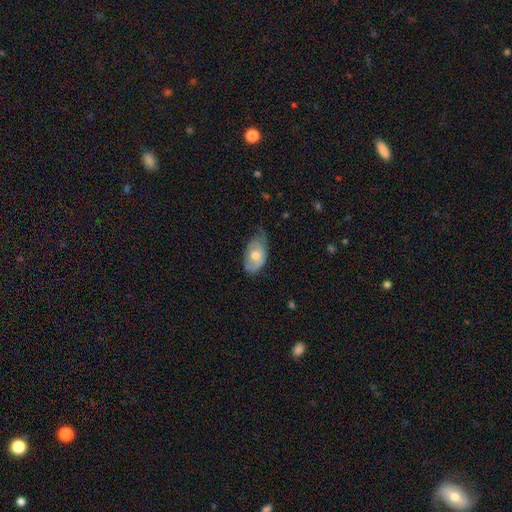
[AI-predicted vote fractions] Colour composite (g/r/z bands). It shows a smooth galaxy with no disk features (55%) that is in between round and cigar-shaped (91%). Merging: minor disturbance (45%).